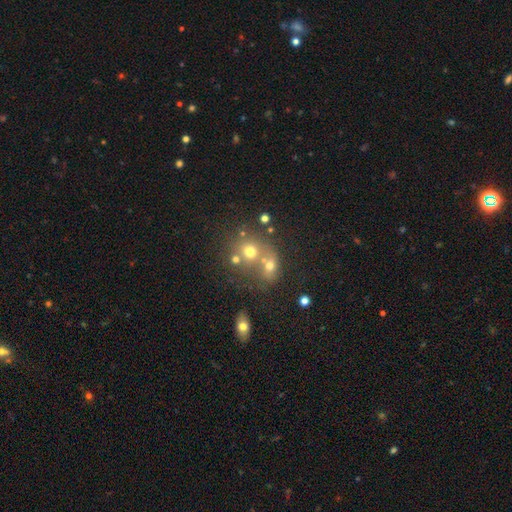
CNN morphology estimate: type=smooth (49%); merging=merger (58%).